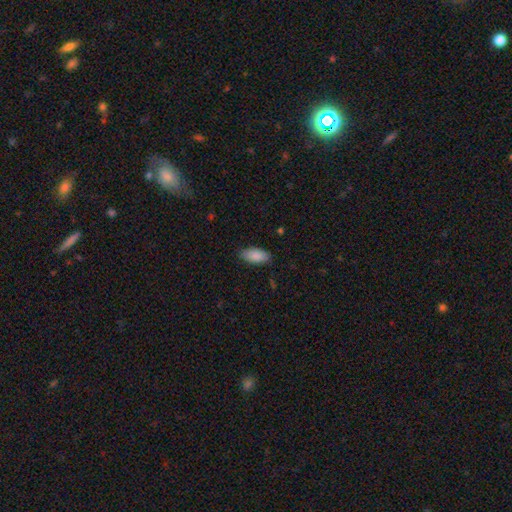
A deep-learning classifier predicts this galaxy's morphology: Smooth or featured: smooth — 88% (star or artifact — 6%)
How rounded: in between — 91% (cigar-shaped — 7%)
Merging: none — 85% (minor disturbance — 12%)